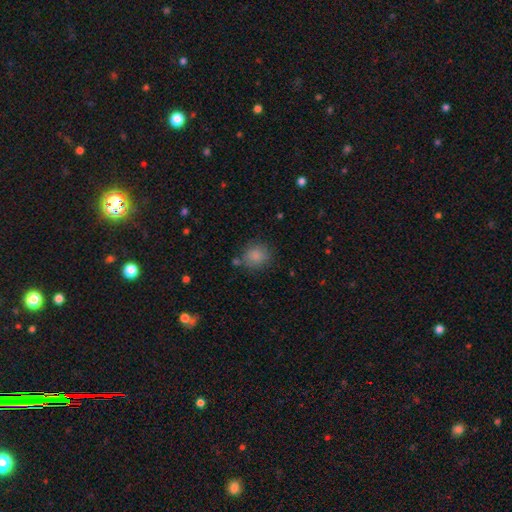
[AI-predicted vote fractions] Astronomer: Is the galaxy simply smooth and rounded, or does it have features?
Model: smooth — 85%.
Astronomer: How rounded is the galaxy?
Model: round — 82%.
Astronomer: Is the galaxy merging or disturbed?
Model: none — 75%.